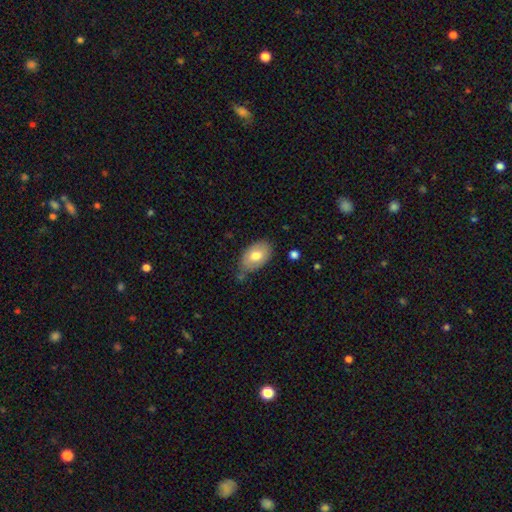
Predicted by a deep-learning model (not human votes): smooth-or-featured: smooth: 74% | featured or disk: 19% | star or artifact: 7%
  how-rounded: in between: 90% | round: 9% | cigar-shaped: 1%
  merging: none: 65% | minor disturbance: 24% | merger: 6% | major disturbance: 5%